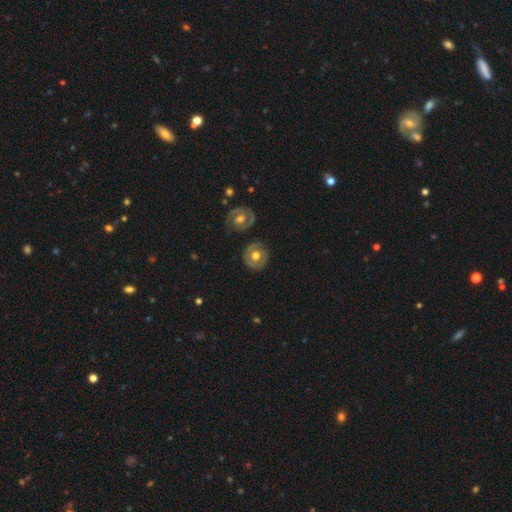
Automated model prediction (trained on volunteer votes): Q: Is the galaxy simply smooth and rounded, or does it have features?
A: featured or disk — 51%.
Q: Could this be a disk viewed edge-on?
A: no — 95%.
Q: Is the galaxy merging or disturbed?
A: none — 82%.